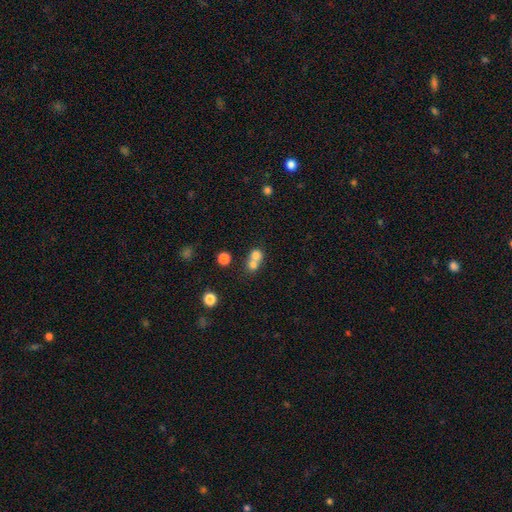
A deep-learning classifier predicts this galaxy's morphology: Smooth or featured? smooth (73%)
How rounded? round (76%)
Merging? merger (63%)